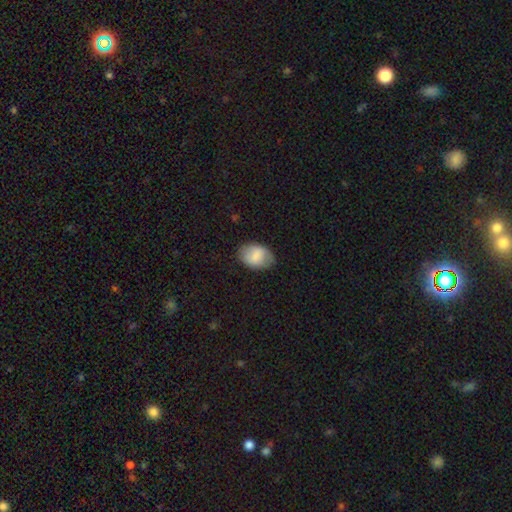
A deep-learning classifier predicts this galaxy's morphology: type=smooth (78%); roundness=in between (81%); merging=none (80%).